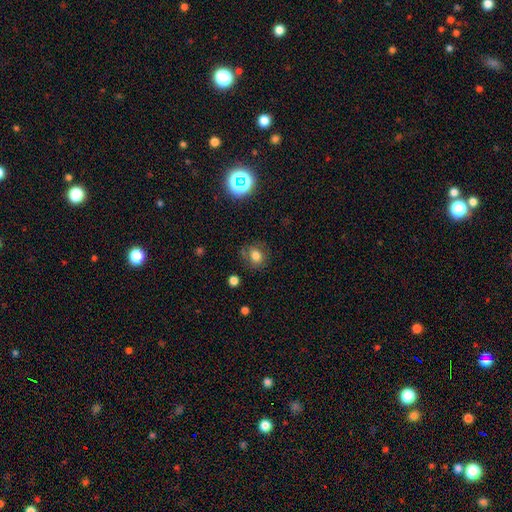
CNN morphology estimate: type=smooth (74%); roundness=round (73%); merging=none (76%).